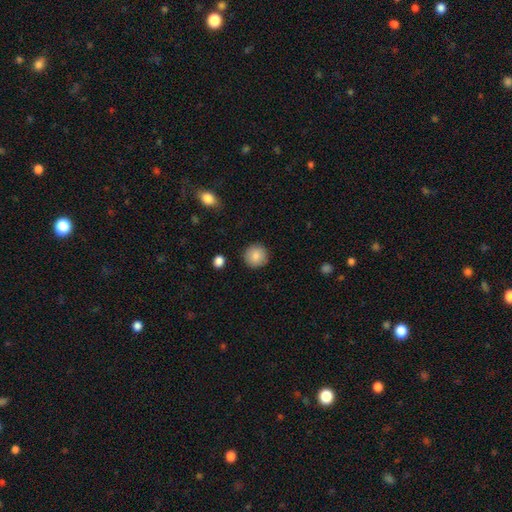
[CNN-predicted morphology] Smooth or featured: smooth — 87% (star or artifact — 8%)
How rounded: round — 93% (in between — 6%)
Merging: none — 90% (minor disturbance — 6%)